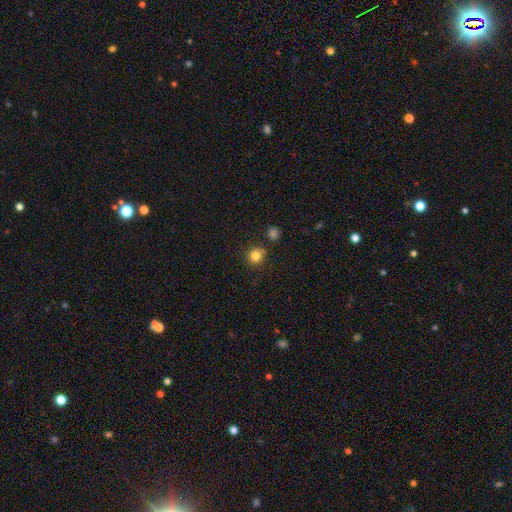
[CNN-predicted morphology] The model was most divided on "smooth or featured": smooth: 82%, star or artifact: 12%, featured or disk: 5%. More confident: how rounded — round (92%); merging — none (80%).